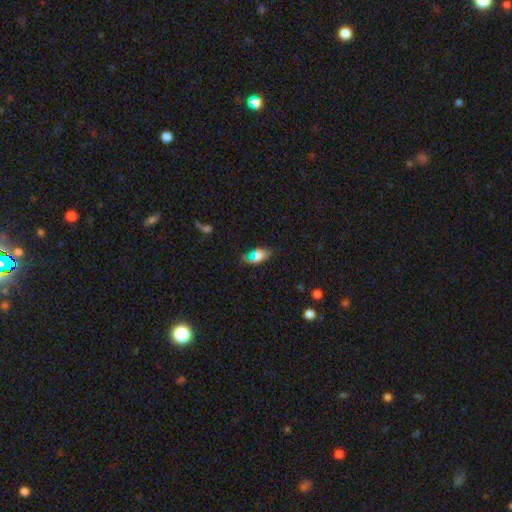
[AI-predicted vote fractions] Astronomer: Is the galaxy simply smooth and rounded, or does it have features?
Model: smooth — 64%.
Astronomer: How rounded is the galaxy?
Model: in between — 87%.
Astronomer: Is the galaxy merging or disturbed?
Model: none — 65%.